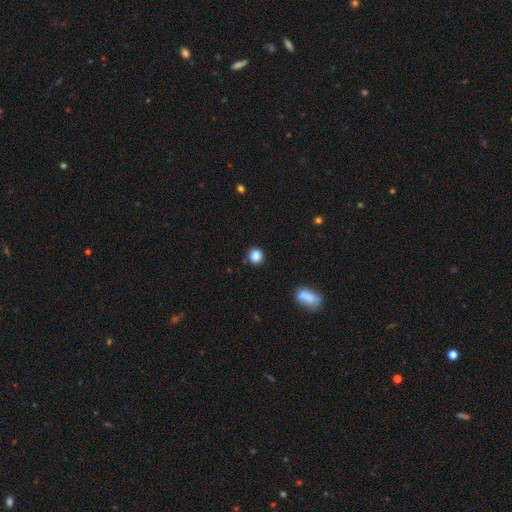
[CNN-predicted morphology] Smooth or featured? Predicted: smooth (p=0.85). How rounded? Predicted: round (p=0.87). Merging? Predicted: none (p=0.86).